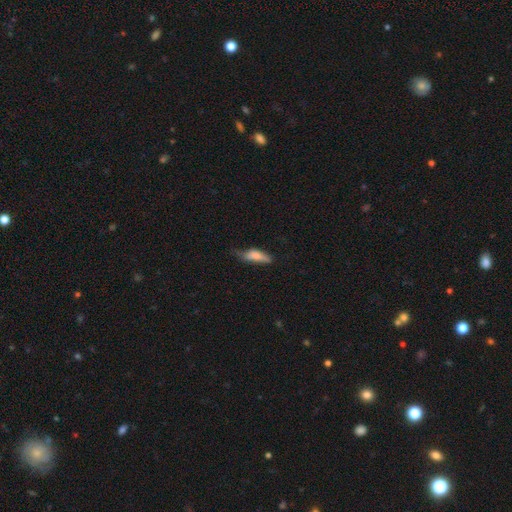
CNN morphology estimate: smooth-or-featured: smooth: 72% | featured or disk: 21% | star or artifact: 7%
  how-rounded: in between: 52% | cigar-shaped: 45% | round: 2%
  merging: none: 40% | minor disturbance: 38% | major disturbance: 18% | merger: 3%